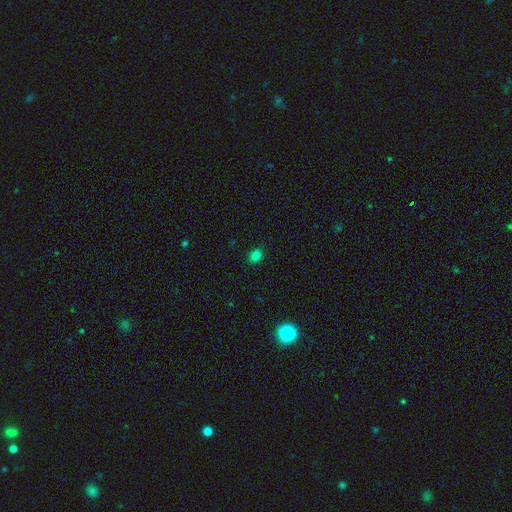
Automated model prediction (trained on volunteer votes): Smooth or featured? Predicted: smooth (p=0.80). How rounded? Predicted: in between (p=0.60). Merging? Predicted: none (p=0.87).